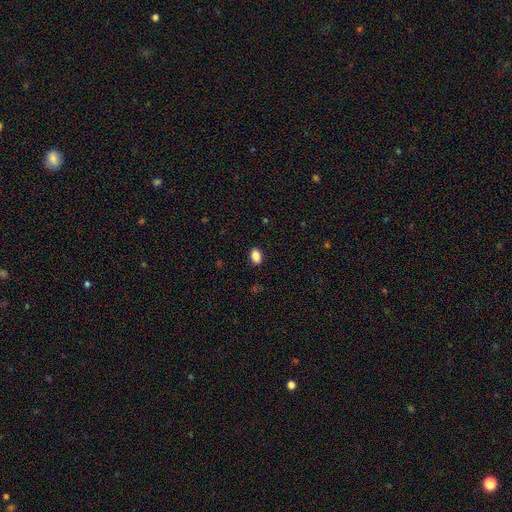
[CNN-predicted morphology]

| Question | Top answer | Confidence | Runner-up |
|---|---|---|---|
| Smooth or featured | smooth | 87% | star or artifact (9%) |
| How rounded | in between | 84% | round (14%) |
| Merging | none | 88% | minor disturbance (8%) |